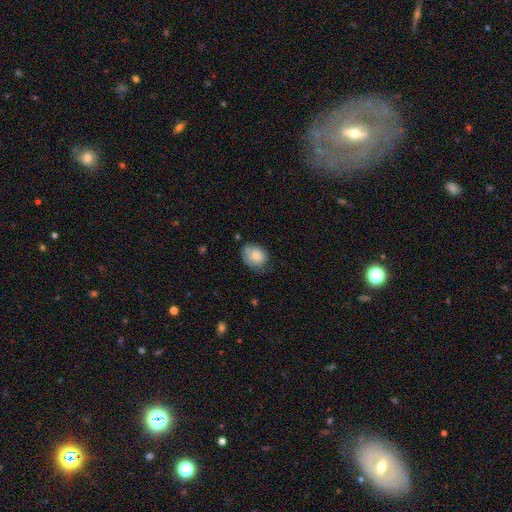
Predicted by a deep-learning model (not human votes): Smooth or featured? Predicted: smooth (p=0.70). How rounded? Predicted: in between (p=0.57). Merging? Predicted: none (p=0.56).